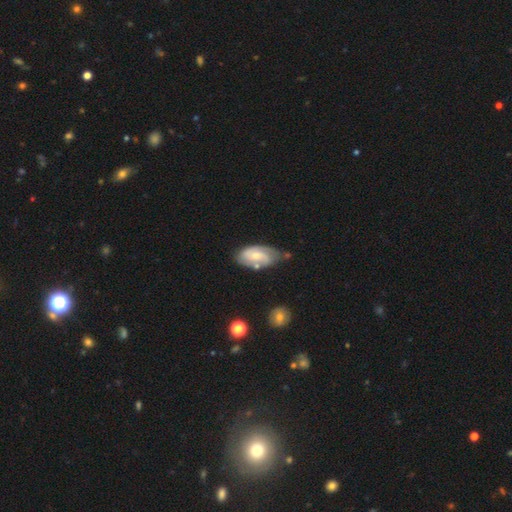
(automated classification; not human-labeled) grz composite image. It shows a featured or disk galaxy (61%) with no bar (52%), 2 (67%) medium (43%) spiral arms (88%) and a small central bulge (50%). Merging: none (57%).